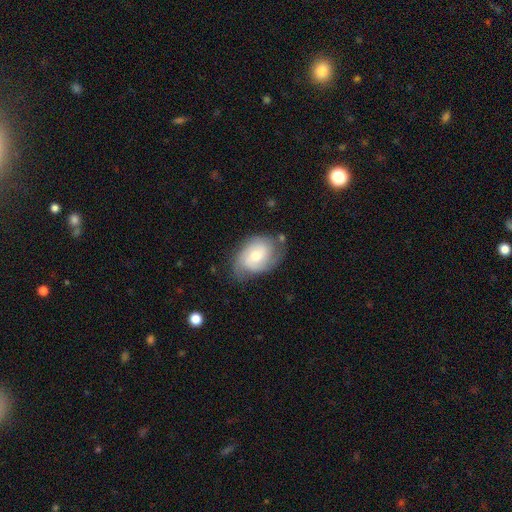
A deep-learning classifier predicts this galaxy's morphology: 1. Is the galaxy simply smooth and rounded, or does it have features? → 58% featured or disk, 35% smooth, 7% star or artifact.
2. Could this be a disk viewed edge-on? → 96% no, 4% yes.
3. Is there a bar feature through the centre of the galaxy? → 65% no, 31% weak, 5% strong.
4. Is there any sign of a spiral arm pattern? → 89% yes, 11% no.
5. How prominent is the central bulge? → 52% moderate, 33% small, 10% large, 3% none, 2% dominant.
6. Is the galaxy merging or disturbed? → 62% none, 26% minor disturbance, 9% major disturbance, 3% merger.